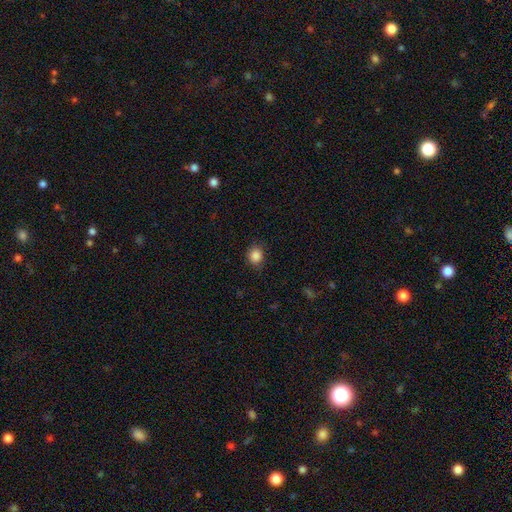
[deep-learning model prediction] smooth-or-featured: smooth: 87% | star or artifact: 10% | featured or disk: 4%
  how-rounded: round: 70% | in between: 29% | cigar-shaped: 1%
  merging: none: 81% | minor disturbance: 14% | major disturbance: 3% | merger: 1%